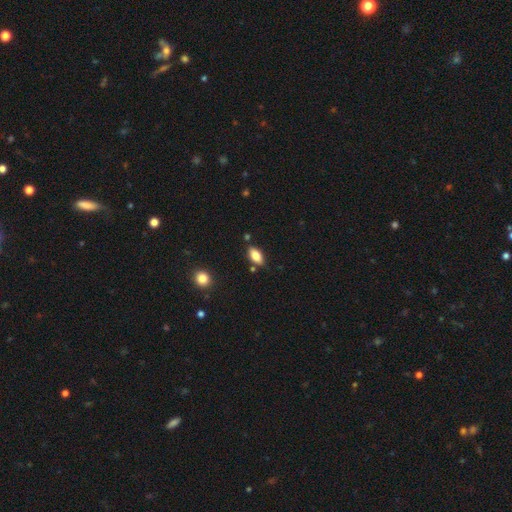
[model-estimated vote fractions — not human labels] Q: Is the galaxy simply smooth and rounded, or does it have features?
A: smooth — 82%.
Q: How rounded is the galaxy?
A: in between — 90%.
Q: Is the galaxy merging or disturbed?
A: none — 81%.